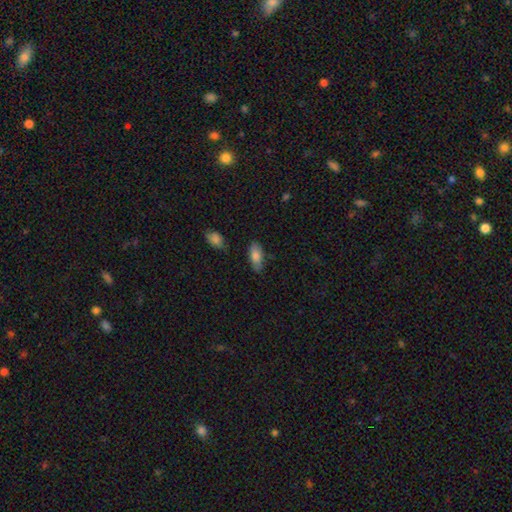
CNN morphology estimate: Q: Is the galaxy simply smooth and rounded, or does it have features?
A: smooth — 80%.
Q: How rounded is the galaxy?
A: in between — 86%.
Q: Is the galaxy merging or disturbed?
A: none — 79%.